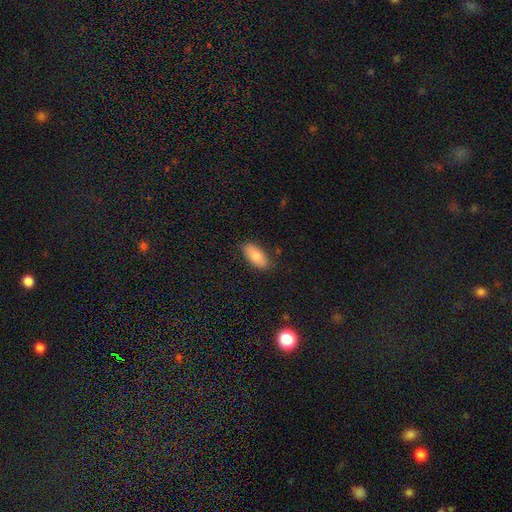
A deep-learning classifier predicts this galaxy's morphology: Smooth or featured? Predicted: smooth (p=0.76). How rounded? Predicted: in between (p=0.91). Merging? Predicted: none (p=0.85).